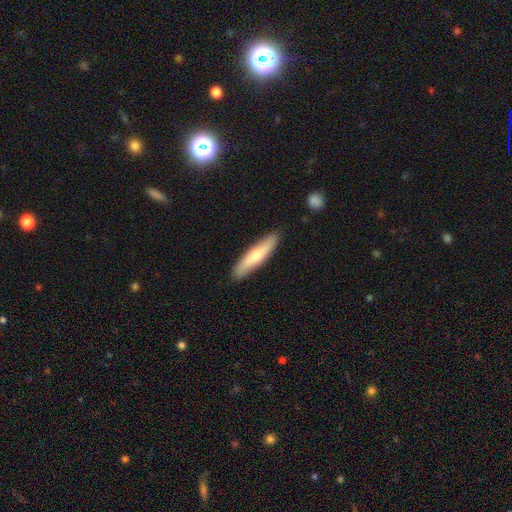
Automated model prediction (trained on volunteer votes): A smooth galaxy with no disk features (65%) that is cigar-shaped (84%).

Vote fractions:
- Smooth or featured? smooth: 65% / featured or disk: 30% / star or artifact: 5%
- How rounded? cigar-shaped: 84% / in between: 14% / round: 1%
- Merging? none: 89% / minor disturbance: 8% / major disturbance: 2% / merger: 1%